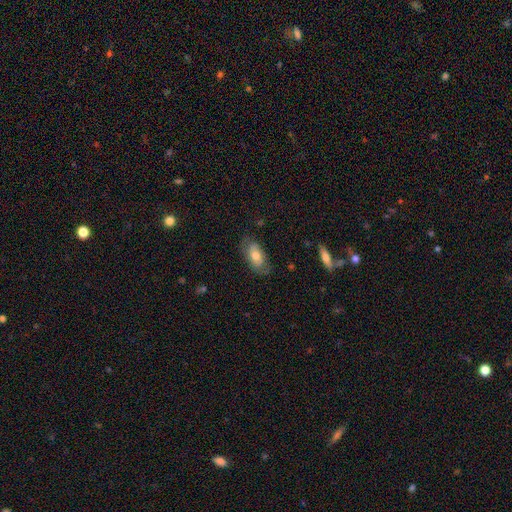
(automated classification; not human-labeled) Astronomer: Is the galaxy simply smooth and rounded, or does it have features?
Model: smooth — 53% (runner-up: featured or disk, 40%).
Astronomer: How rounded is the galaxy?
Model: in between — 90%.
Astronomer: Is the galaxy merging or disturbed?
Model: none — 68%.